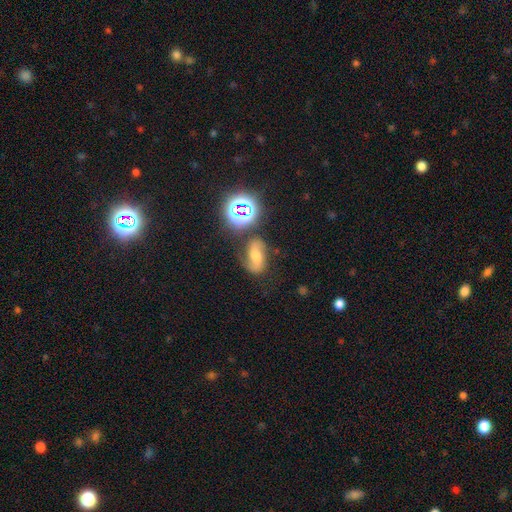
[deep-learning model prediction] featured or disk 61%, star or artifact 20%, smooth 19%. Down the decision tree: edge-on disk — no (96%); bar — no (40%); spiral arms — yes (92%); spiral arm count — 2 (87%); spiral winding — loose (45%); bulge size — moderate (54%); merging — none (68%).